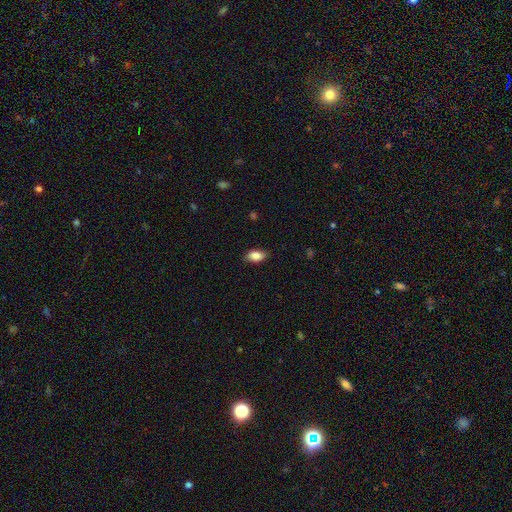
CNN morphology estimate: This is clearly a smooth galaxy (86%). How rounded: clearly in between (90%). Merging: clearly none (84%).